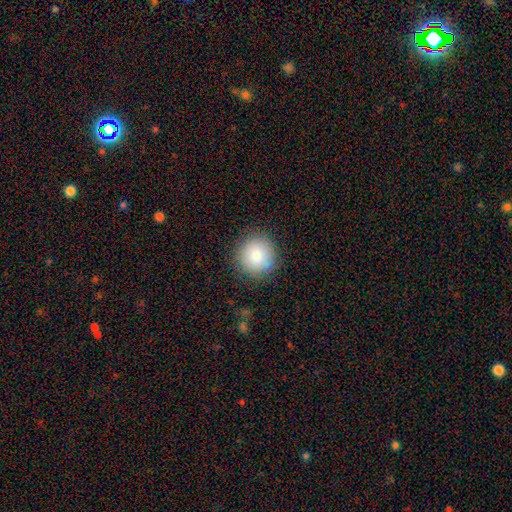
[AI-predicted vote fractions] A smooth galaxy with no disk features (85%) that is round (93%).

Vote fractions:
- Smooth or featured? smooth: 85% / star or artifact: 8% / featured or disk: 7%
- How rounded? round: 93% / in between: 6% / cigar-shaped: 1%
- Merging? none: 88% / minor disturbance: 8% / major disturbance: 3% / merger: 1%